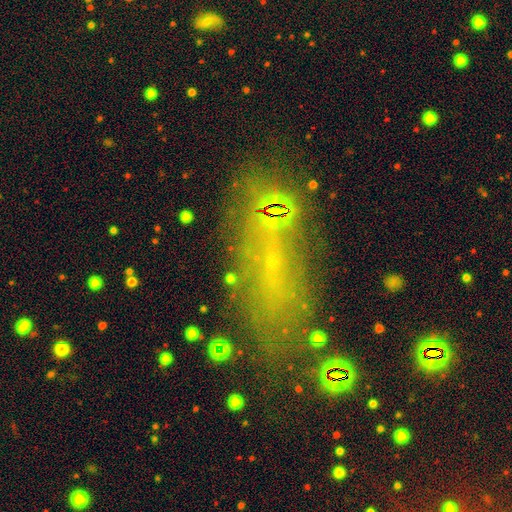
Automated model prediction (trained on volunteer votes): Overall: smooth (40%; star or artifact 32%). Merging: none (59%; minor disturbance 19%).